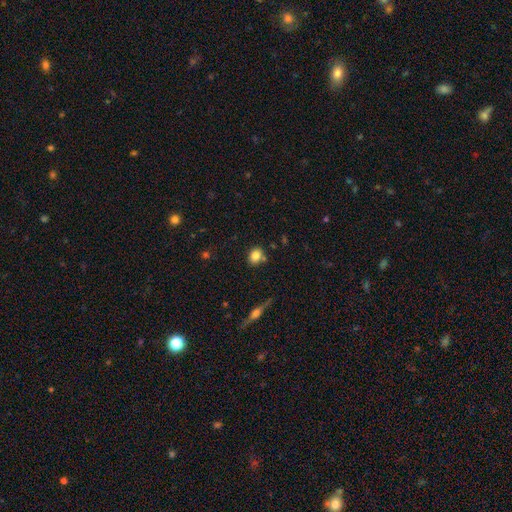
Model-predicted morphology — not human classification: Smooth or featured? smooth (81%)
How rounded? round (56%)
Merging? none (77%)